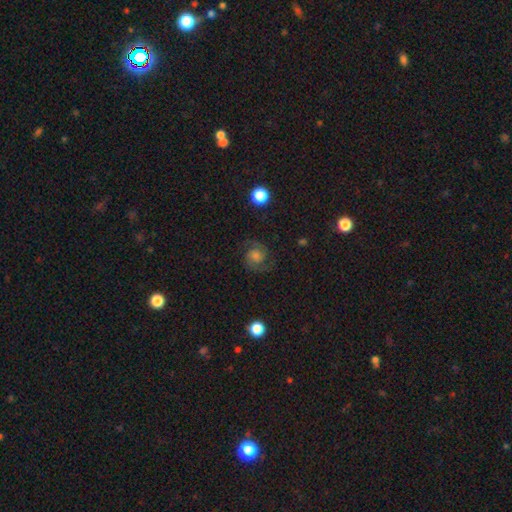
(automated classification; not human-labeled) This is likely a featured or disk galaxy (74%). It is clearly not viewed edge-on (98%). Bar: likely no (68%). Spiral arm pattern: clearly yes (96%). Spiral arm count: clearly 2 (91%). Spiral winding: possibly medium (53%). Central bulge: marginally moderate (42%). Merging: clearly none (80%).